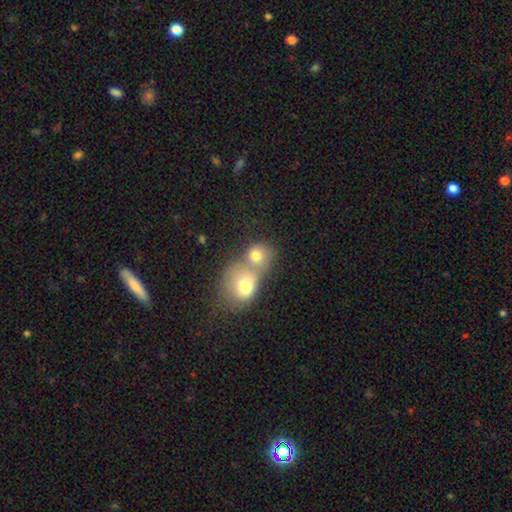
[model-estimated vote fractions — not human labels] The model was most divided on "merging": merger: 61%, none: 29%, minor disturbance: 6%, major disturbance: 4%. More confident: how rounded — round (76%); smooth or featured — smooth (75%).